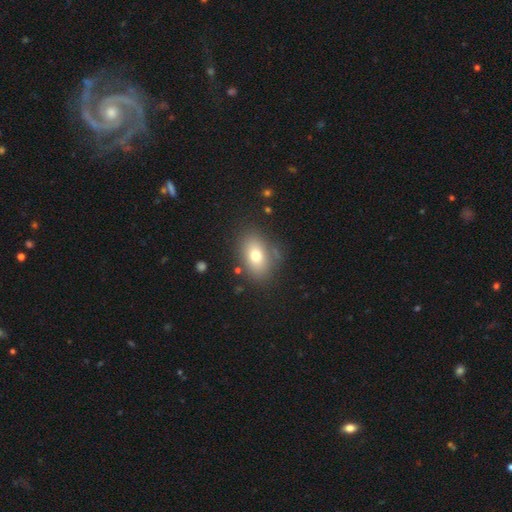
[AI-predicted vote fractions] The model was most divided on "smooth or featured": smooth: 74%, featured or disk: 16%, star or artifact: 10%. More confident: how rounded — in between (82%); merging — none (78%).